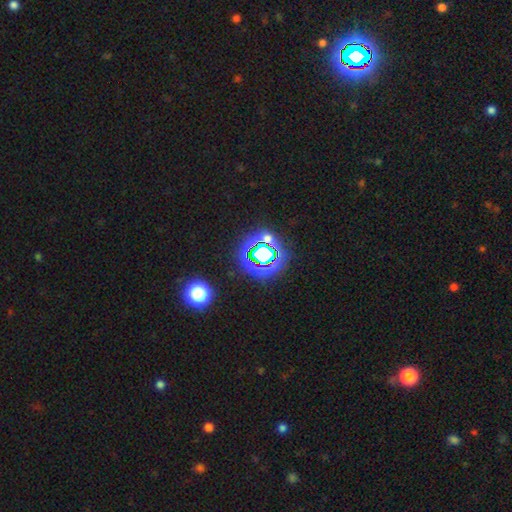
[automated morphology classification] A star or artifact, not a galaxy (68%).